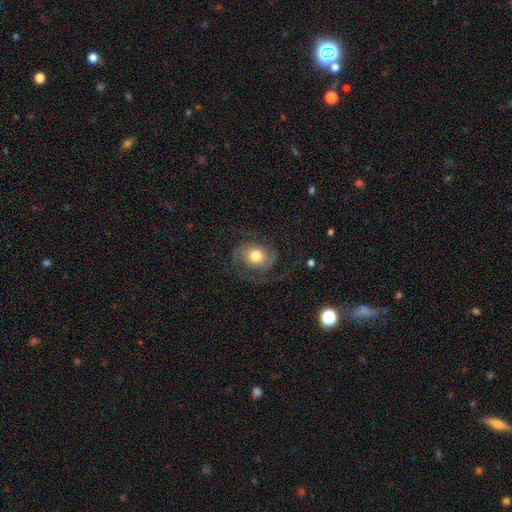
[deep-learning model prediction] smooth-or-featured: featured or disk: 73% | smooth: 19% | star or artifact: 7%
  disk-edge-on: no: 98% | yes: 2%
    bar: no: 74% | weak: 22% | strong: 5%
    has-spiral-arms: yes: 93% | no: 7%
      spiral-winding: medium: 47% | loose: 27% | tight: 25%
      spiral-arm-count: 2: 78% | can't tell: 7% | 3: 6% | 1: 5% | 4: 2% | more than 4: 2%
    bulge-size: moderate: 64% | large: 23% | small: 9% | dominant: 3% | none: 1%
  merging: none: 67% | major disturbance: 17% | minor disturbance: 15% | merger: 1%